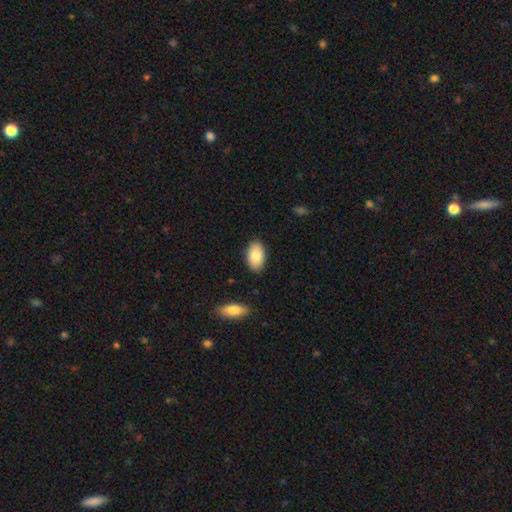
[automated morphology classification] Q: Smooth or featured?
A: smooth (84%); runner-up: featured or disk (10%)
Q: How rounded?
A: in between (95%); runner-up: round (4%)
Q: Merging?
A: none (87%); runner-up: minor disturbance (9%)